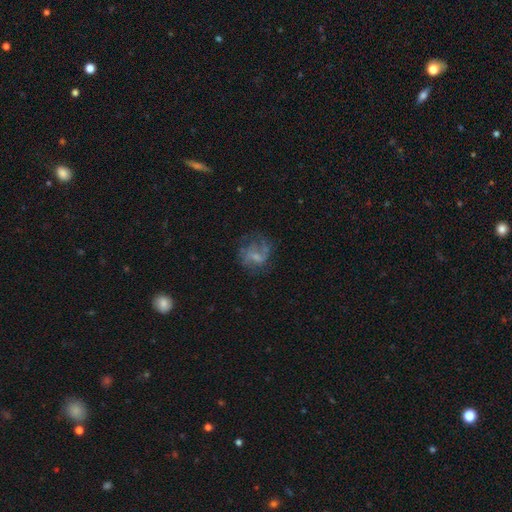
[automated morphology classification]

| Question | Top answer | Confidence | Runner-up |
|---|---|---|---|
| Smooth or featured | featured or disk | 63% | smooth (27%) |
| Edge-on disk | no | 98% | yes (2%) |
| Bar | weak | 46% | no (44%) |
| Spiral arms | yes | 77% | no (23%) |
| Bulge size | small | 44% | none (28%) |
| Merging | none | 53% | major disturbance (25%) |